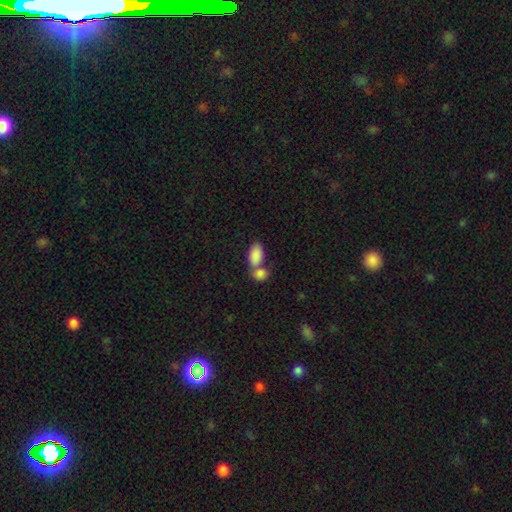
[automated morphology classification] type=smooth (87%); roundness=in between (93%); merging=merger (54%).